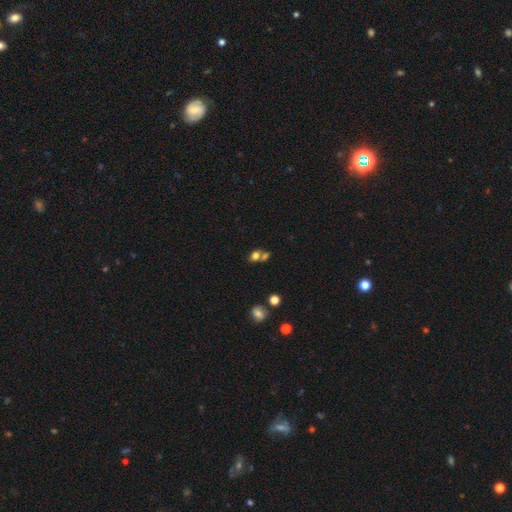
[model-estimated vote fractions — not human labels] smooth_or_featured: smooth (p=0.72) [alt: star or artifact p=0.14]
how_rounded: in between (p=0.49) [tied with: round p=0.49]
merging: merger (p=0.46) [alt: none p=0.41]